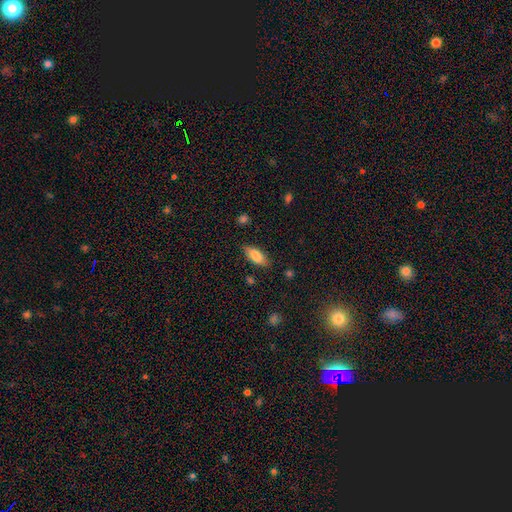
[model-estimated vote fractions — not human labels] A smooth galaxy with no disk features (83%) that is in between round and cigar-shaped (81%). Merging: none (82%).